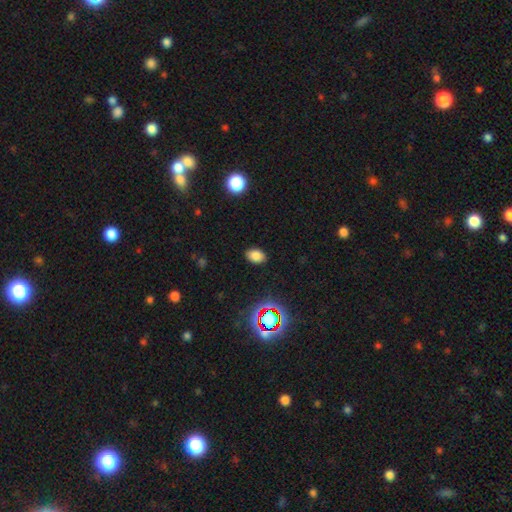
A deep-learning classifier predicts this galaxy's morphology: The model was most divided on "smooth or featured": smooth: 79%, star or artifact: 15%, featured or disk: 6%. More confident: merging — none (86%); how rounded — in between (84%).